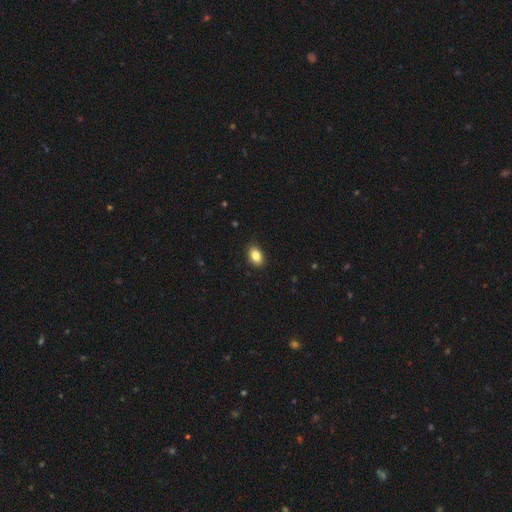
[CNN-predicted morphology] smooth_or_featured: smooth (p=0.85) [alt: star or artifact p=0.08]
how_rounded: in between (p=0.86) [alt: round p=0.13]
merging: none (p=0.89) [alt: minor disturbance p=0.08]